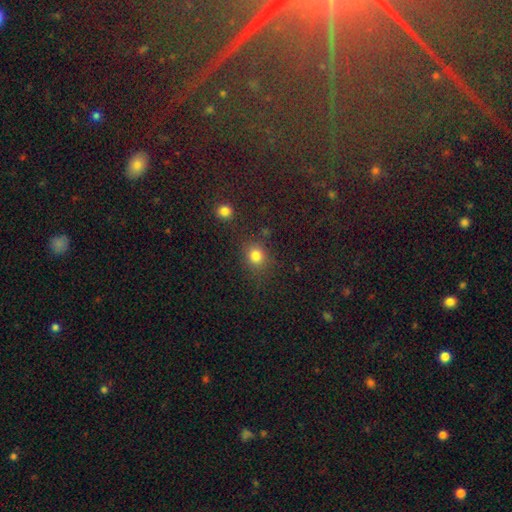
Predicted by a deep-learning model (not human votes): This is likely a smooth galaxy (80%). How rounded: clearly round (80%). Merging: likely none (78%).